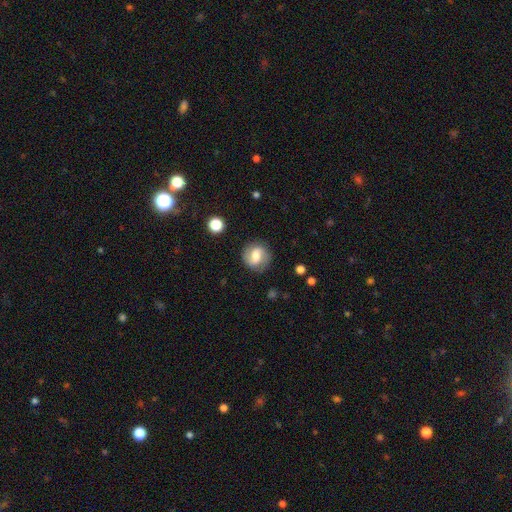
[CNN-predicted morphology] Smooth or featured? Predicted: featured or disk (p=0.46, tied with smooth). Merging? Predicted: none (p=0.83).